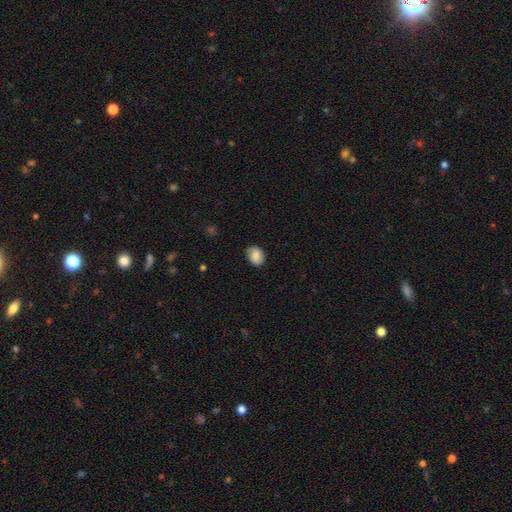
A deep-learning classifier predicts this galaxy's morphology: This appears to be a smooth galaxy with no disk features (77%) that is in between round and cigar-shaped (63%). Merging: none (77%).